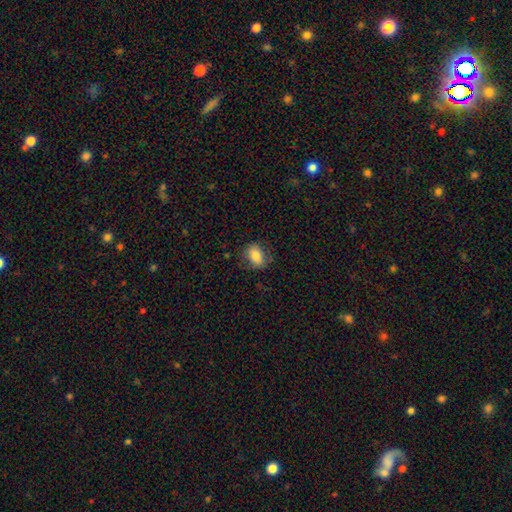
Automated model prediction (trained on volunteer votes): Smooth or featured? Predicted: smooth (p=0.78). How rounded? Predicted: in between (p=0.71). Merging? Predicted: none (p=0.74).